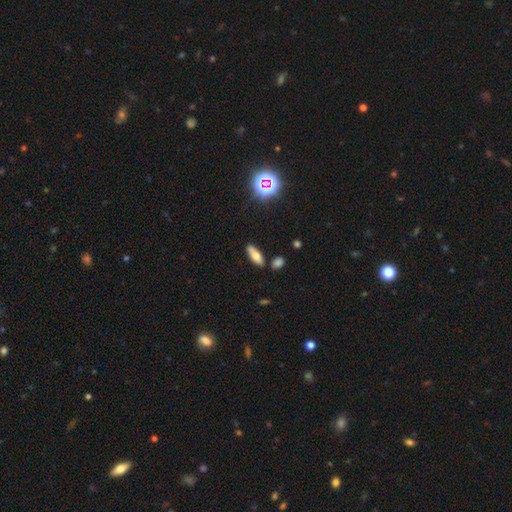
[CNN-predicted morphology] smooth-or-featured: smooth: 67% | featured or disk: 22% | star or artifact: 12%
  how-rounded: in between: 67% | cigar-shaped: 29% | round: 3%
  merging: none: 80% | minor disturbance: 11% | merger: 6% | major disturbance: 3%